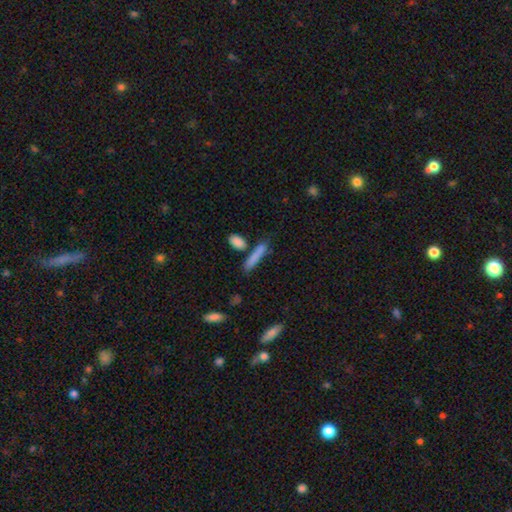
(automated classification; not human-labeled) This appears to be a smooth galaxy with no disk features (79%) that is cigar-shaped (81%). Merging: none (71%).